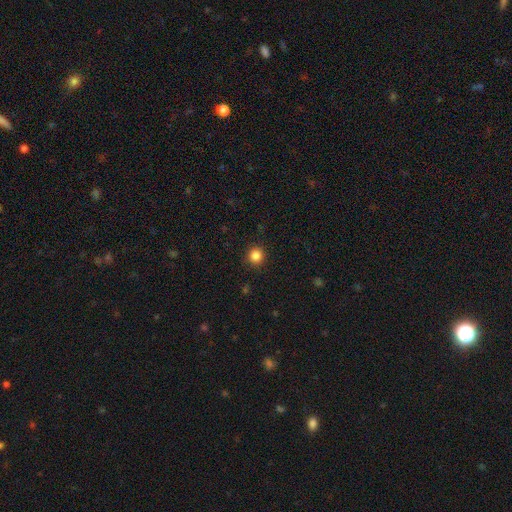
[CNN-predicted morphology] This appears to be a smooth galaxy with no disk features (85%) that is round (94%). Merging: none (91%).